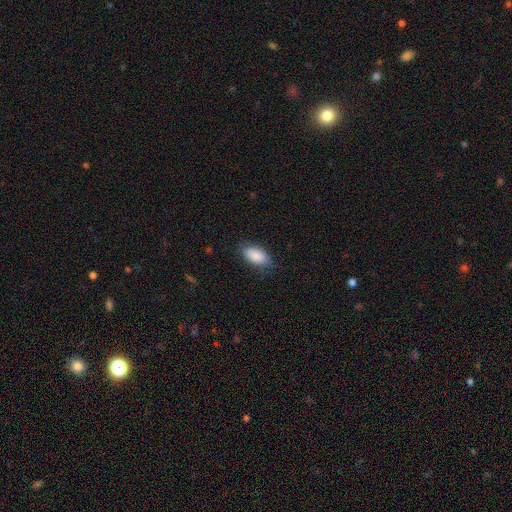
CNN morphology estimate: This appears to be a smooth galaxy with no disk features (87%) that is in between round and cigar-shaped (93%). Merging: none (79%).